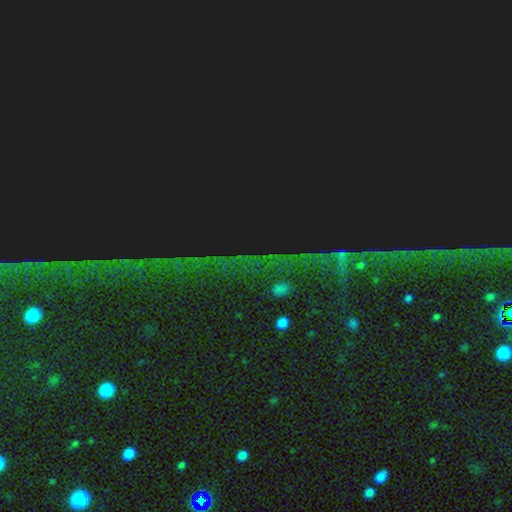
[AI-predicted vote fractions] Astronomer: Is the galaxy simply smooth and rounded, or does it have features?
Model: star or artifact — 81%.